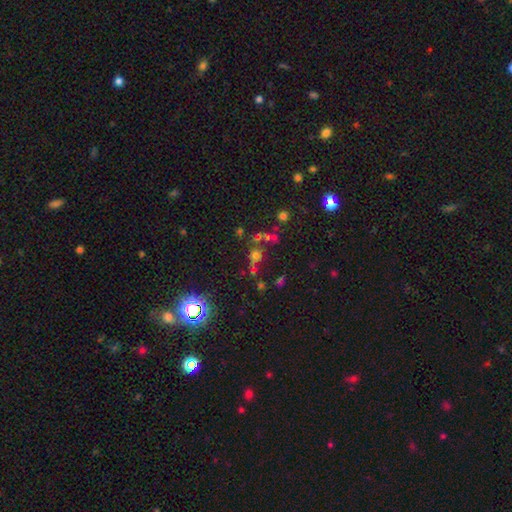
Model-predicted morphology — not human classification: A smooth galaxy with no disk features (47%).

Vote fractions:
- Smooth or featured? smooth: 47% / star or artifact: 39% / featured or disk: 15%
- Merging? none: 54% / merger: 26% / minor disturbance: 11% / major disturbance: 9%